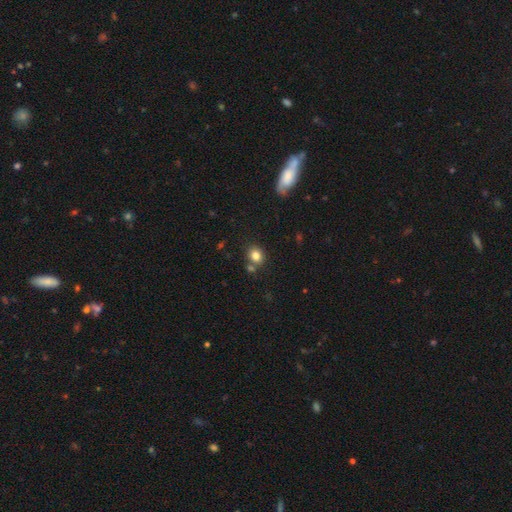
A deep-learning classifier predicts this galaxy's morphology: smooth 82%, star or artifact 11%, featured or disk 7%. Down the decision tree: how rounded — round (67%); merging — none (71%).